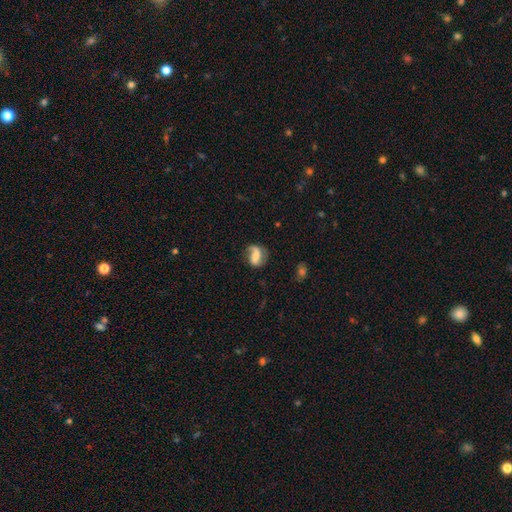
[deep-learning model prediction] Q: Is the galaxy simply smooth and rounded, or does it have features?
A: featured or disk — 55%.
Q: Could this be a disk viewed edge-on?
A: no — 96%.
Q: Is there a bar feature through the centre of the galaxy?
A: weak — 36%.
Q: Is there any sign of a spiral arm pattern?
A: yes — 84%.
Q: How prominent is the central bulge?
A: small — 28%, tied with moderate.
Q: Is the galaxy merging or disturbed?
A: none — 55%.